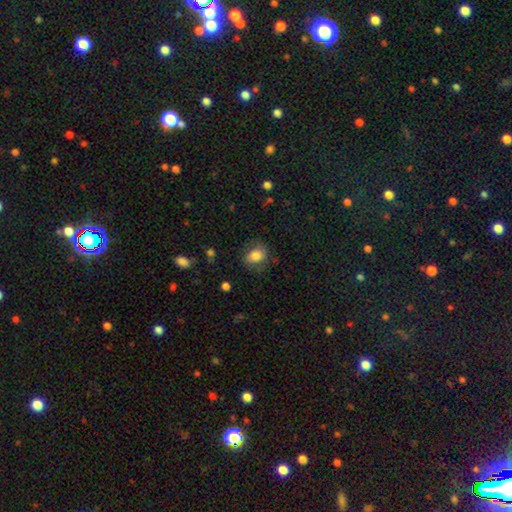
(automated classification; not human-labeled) A smooth galaxy with no disk features (78%) that is in between round and cigar-shaped (61%). Merging: none (73%).